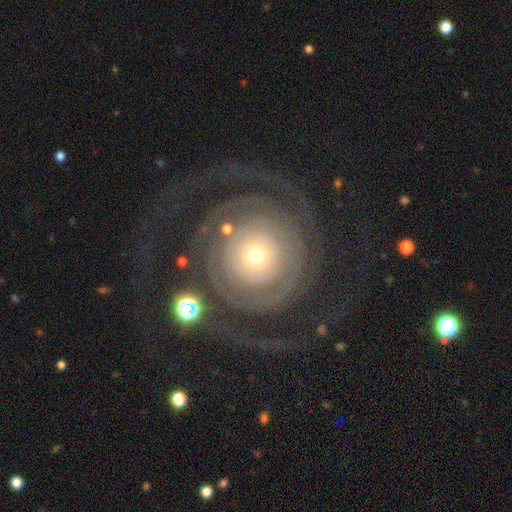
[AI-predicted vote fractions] featured or disk 85%, smooth 9%, star or artifact 6%. Down the decision tree: edge-on disk — no (97%); bar — no (84%); spiral arms — yes (91%); spiral arm count — 2 (54%); spiral winding — tight (69%); bulge size — small (70%); merging — none (65%).